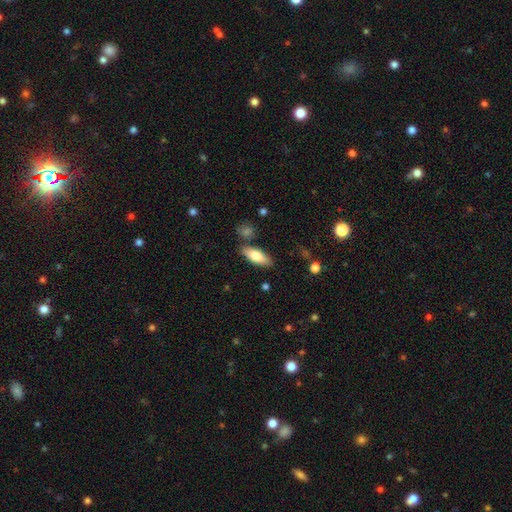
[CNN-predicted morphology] Smooth or featured? Predicted: smooth (p=0.78). How rounded? Predicted: in between (p=0.73). Merging? Predicted: none (p=0.80).